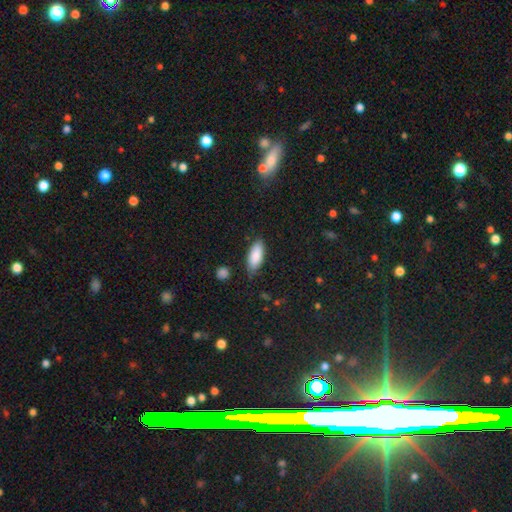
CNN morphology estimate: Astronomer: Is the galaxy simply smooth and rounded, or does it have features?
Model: smooth — 86%.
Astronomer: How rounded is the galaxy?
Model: in between — 80%.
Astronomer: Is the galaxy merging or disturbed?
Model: none — 74%.